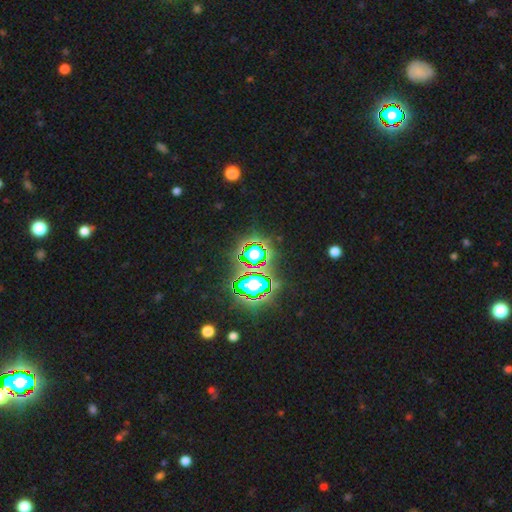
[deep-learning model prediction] Q: Smooth or featured?
A: star or artifact (78%); runner-up: smooth (13%)